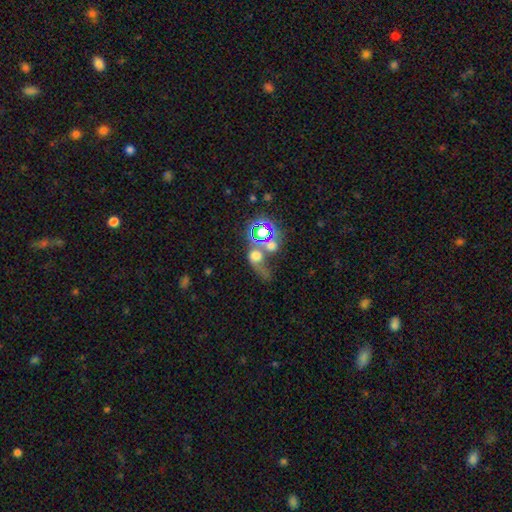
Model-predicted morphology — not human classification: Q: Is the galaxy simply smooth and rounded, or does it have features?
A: smooth — 50%.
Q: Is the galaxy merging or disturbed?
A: merger — 42%.